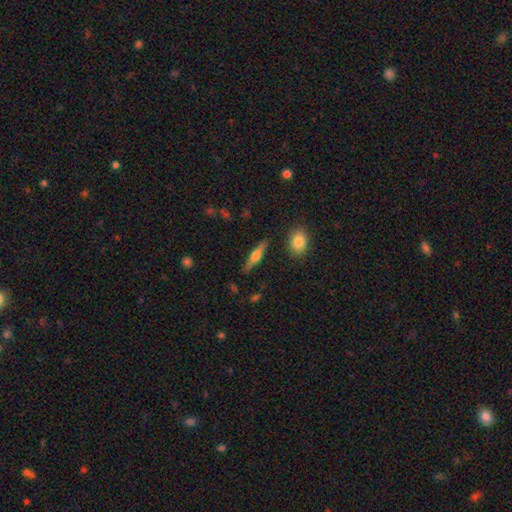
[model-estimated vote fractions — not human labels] A featured or disk galaxy (55%) viewed edge-on (95%) with a rounded central bulge (91%).

Vote fractions:
- Smooth or featured? featured or disk: 55% / smooth: 38% / star or artifact: 7%
- Edge-on disk? yes: 95% / no: 5%
- Edge-on bulge? rounded: 91% / boxy: 6% / none: 3%
- Merging? none: 87% / minor disturbance: 8% / major disturbance: 2% / merger: 2%